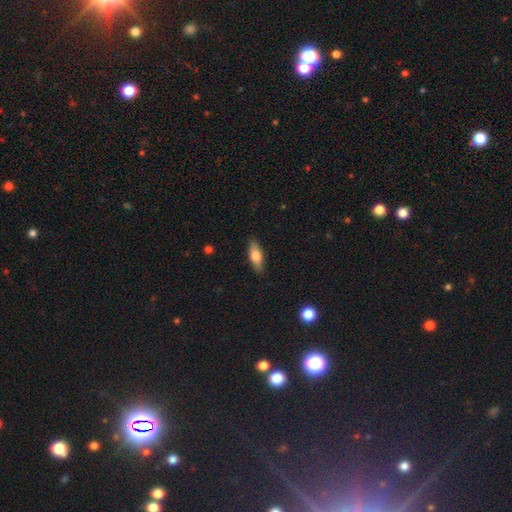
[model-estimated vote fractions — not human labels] Smooth or featured?
  - smooth: 67% *
  - featured or disk: 26%
  - star or artifact: 6%
How rounded?
  - in between: 67% *
  - cigar-shaped: 31%
  - round: 3%
Merging?
  - none: 87% *
  - minor disturbance: 10%
  - major disturbance: 2%
  - merger: 1%